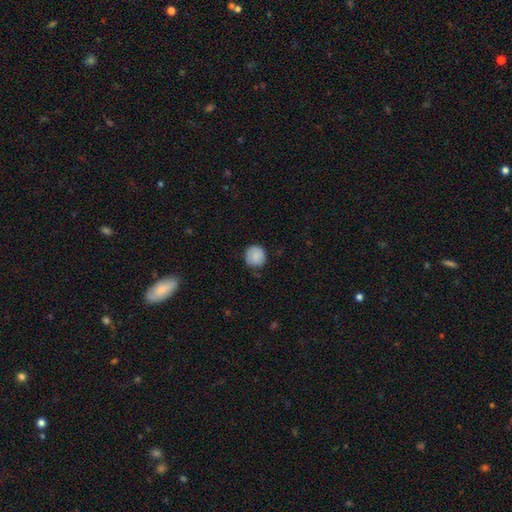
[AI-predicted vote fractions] Q: Smooth or featured?
A: smooth (82%); runner-up: featured or disk (11%)
Q: How rounded?
A: round (90%); runner-up: in between (9%)
Q: Merging?
A: none (70%); runner-up: minor disturbance (24%)